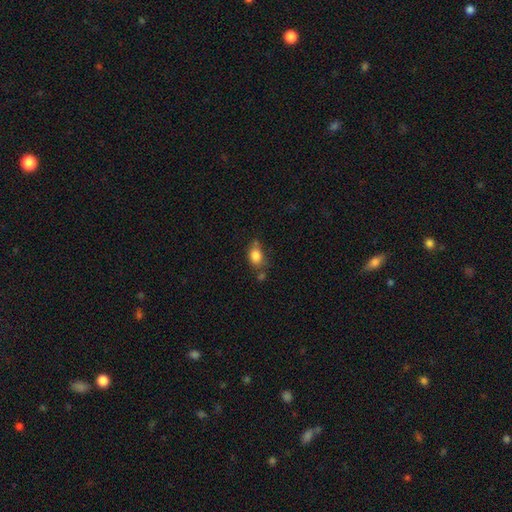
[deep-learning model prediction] Morphology: type=smooth (83%); roundness=in between (74%); merging=none (51%).